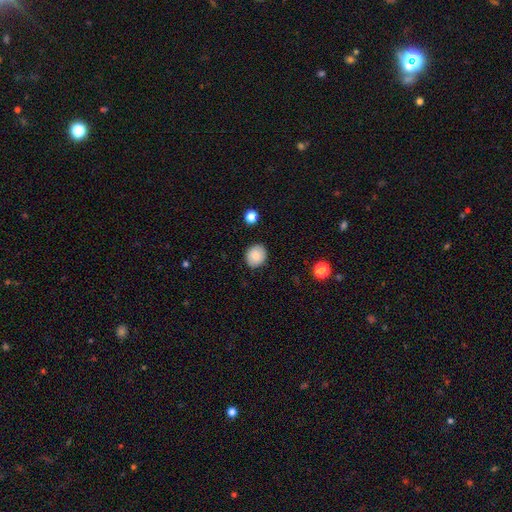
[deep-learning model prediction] Smooth or featured?
  - smooth: 84% *
  - star or artifact: 8%
  - featured or disk: 8%
How rounded?
  - round: 75% *
  - in between: 24%
  - cigar-shaped: 1%
Merging?
  - none: 89% *
  - minor disturbance: 8%
  - major disturbance: 2%
  - merger: 1%